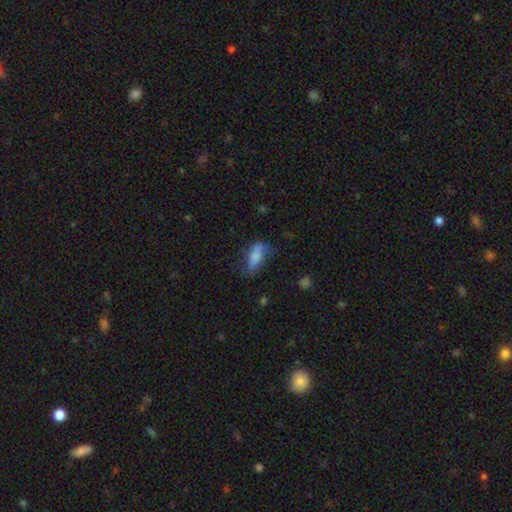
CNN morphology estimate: type=smooth (73%); roundness=in between (83%); merging=none (49%).